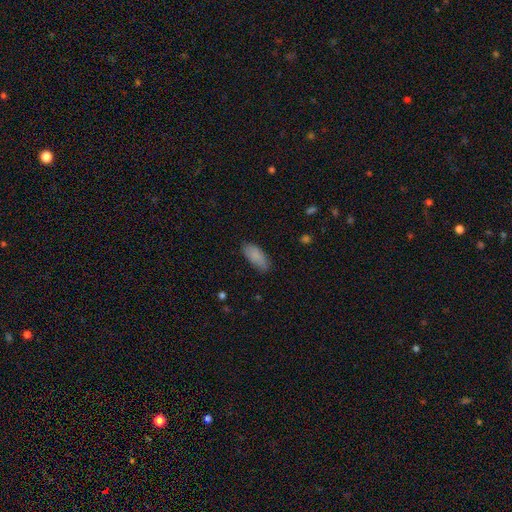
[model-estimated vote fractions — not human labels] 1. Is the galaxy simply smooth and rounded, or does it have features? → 87% smooth, 7% star or artifact, 6% featured or disk.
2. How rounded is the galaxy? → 85% in between, 13% cigar-shaped, 2% round.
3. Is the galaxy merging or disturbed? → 79% none, 17% minor disturbance, 3% major disturbance, 1% merger.